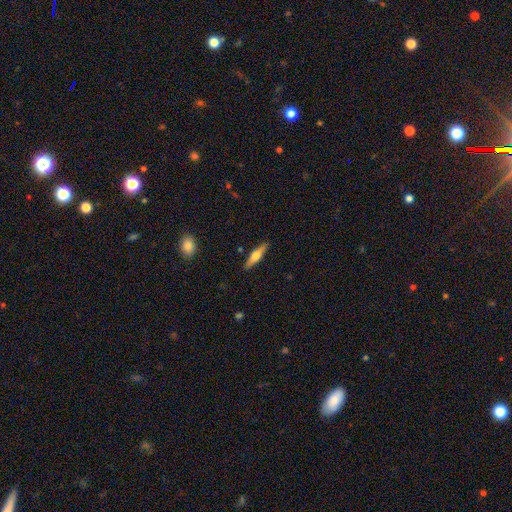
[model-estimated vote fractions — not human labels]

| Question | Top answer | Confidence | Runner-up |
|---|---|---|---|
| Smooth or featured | featured or disk | 54% | smooth (41%) |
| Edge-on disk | yes | 95% | no (5%) |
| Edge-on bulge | rounded | 89% | boxy (8%) |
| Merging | none | 89% | minor disturbance (8%) |